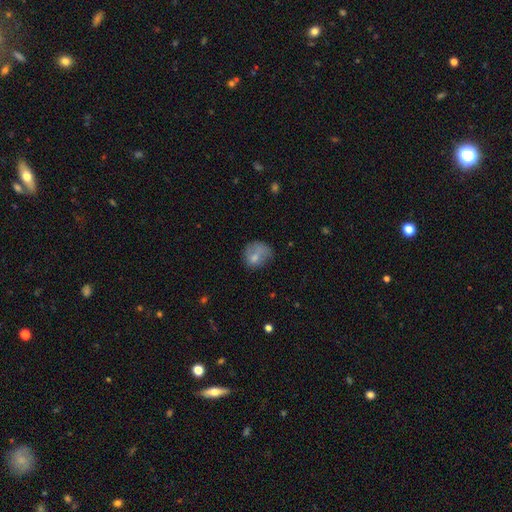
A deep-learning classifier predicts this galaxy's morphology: A smooth galaxy with no disk features (70%) that is round (63%). Merging: none (43%).